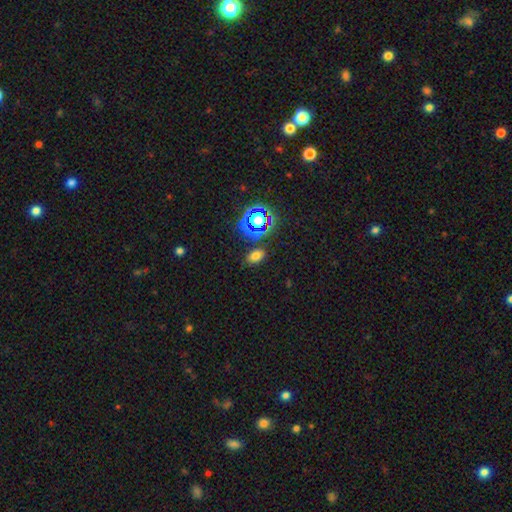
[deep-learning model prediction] Overall: smooth (68%). How rounded: in between (83%). Merging: none (82%).